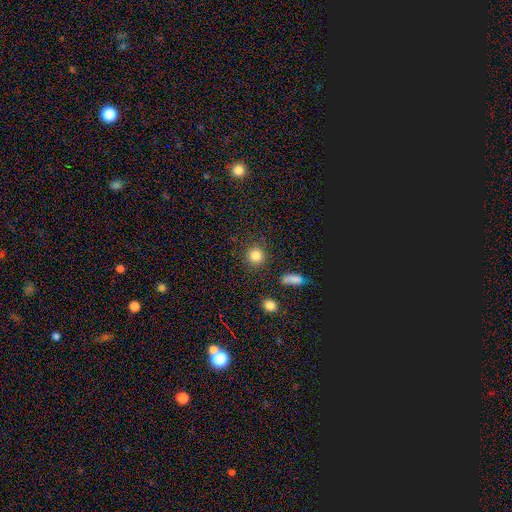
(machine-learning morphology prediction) type=smooth (84%); roundness=round (91%); merging=none (86%).